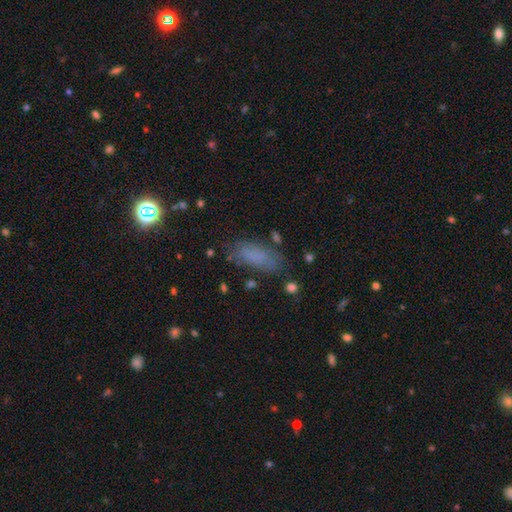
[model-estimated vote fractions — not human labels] Smooth or featured? smooth (72%)
How rounded? in between (78%)
Merging? none (71%)